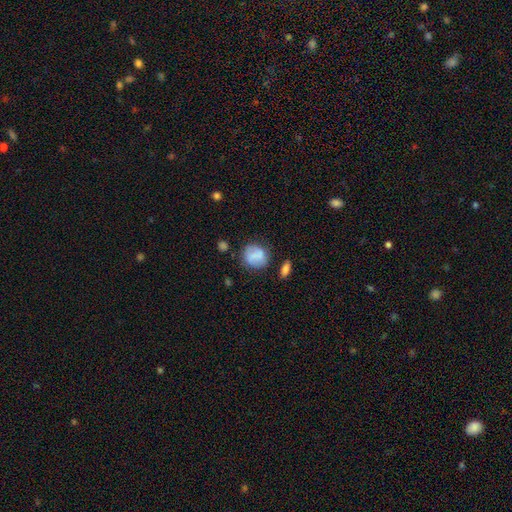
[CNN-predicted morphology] Smooth or featured? Predicted: smooth (p=0.76). How rounded? Predicted: round (p=0.73). Merging? Predicted: none (p=0.66).